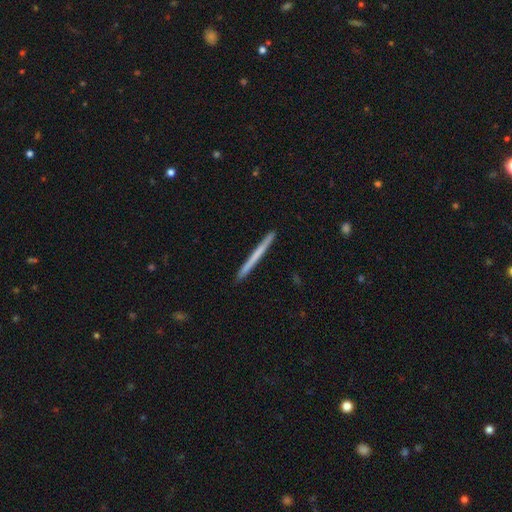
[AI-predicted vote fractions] Overall: smooth (55%; featured or disk 40%). How rounded: cigar-shaped (97%). Merging: none (93%).